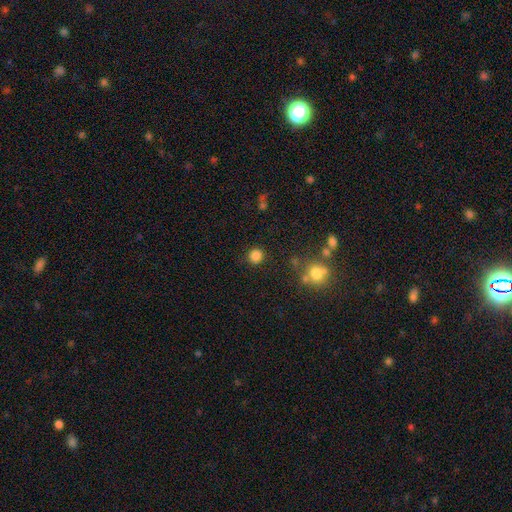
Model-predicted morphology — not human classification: A smooth galaxy with no disk features (83%) that is round (90%). Merging: none (88%).